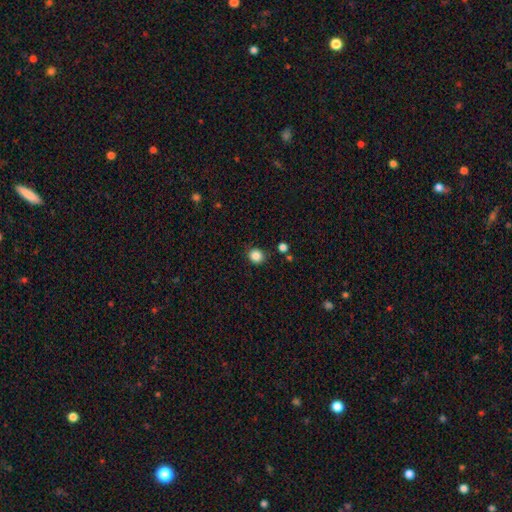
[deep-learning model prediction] A smooth galaxy with no disk features (86%) that is round (85%). Merging: none (87%).